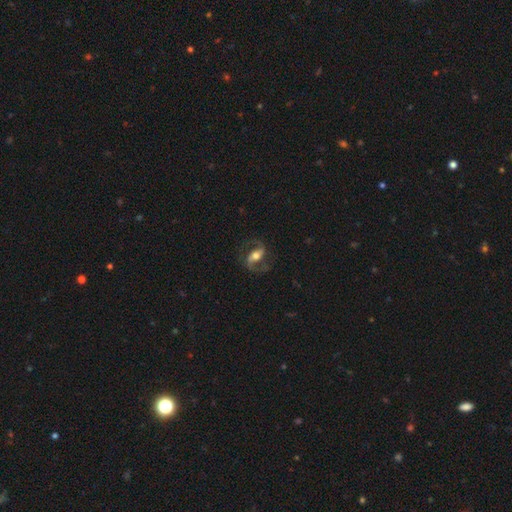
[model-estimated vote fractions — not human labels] This is clearly a featured or disk galaxy (81%). It is clearly not viewed edge-on (95%). Bar: possibly strong (45%). Spiral arm pattern: clearly yes (93%). Spiral arm count: clearly 2 (92%). Spiral winding: possibly medium (51%). Central bulge: likely moderate (65%). Merging: likely none (74%).